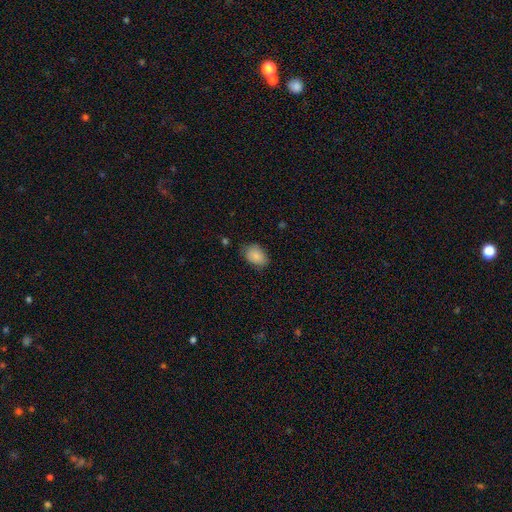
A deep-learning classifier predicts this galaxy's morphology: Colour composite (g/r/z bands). It shows a smooth galaxy with no disk features (85%) that is in between round and cigar-shaped (78%). Merging: none (77%).